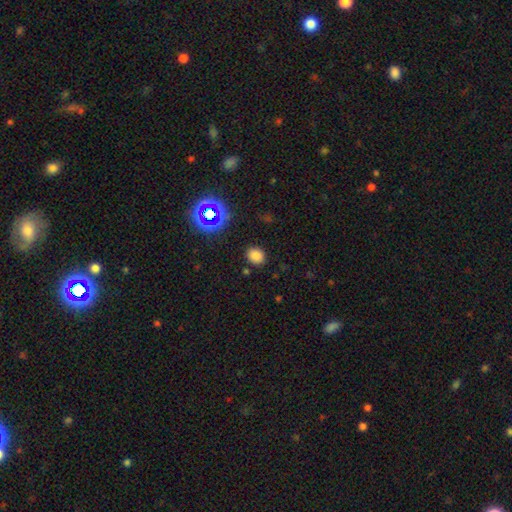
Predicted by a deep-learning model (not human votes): The model was most divided on "how rounded": round: 57%, in between: 42%, cigar-shaped: 1%. More confident: merging — none (85%); smooth or featured — smooth (77%).